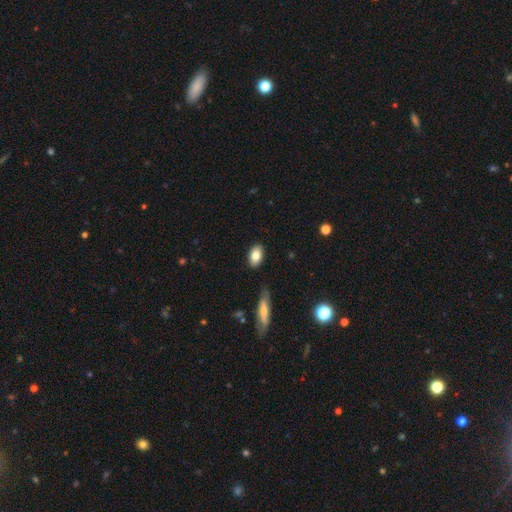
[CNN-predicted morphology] This appears to be a smooth galaxy with no disk features (81%) that is in between round and cigar-shaped (88%). Merging: none (87%).